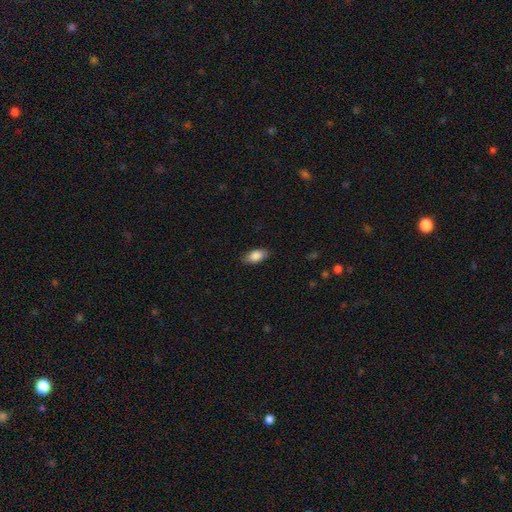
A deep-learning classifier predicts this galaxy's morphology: smooth_or_featured: smooth (p=0.84) [alt: featured or disk p=0.09]
how_rounded: in between (p=0.90) [alt: cigar-shaped p=0.06]
merging: none (p=0.86) [alt: minor disturbance p=0.11]